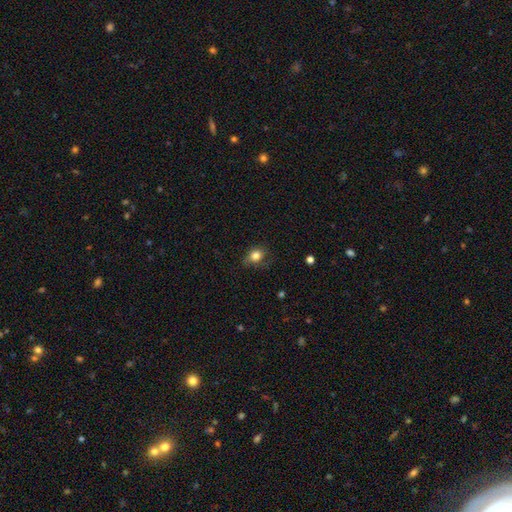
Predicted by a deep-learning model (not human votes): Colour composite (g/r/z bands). It shows a smooth galaxy with no disk features (79%) that is round (51%). Merging: none (65%).